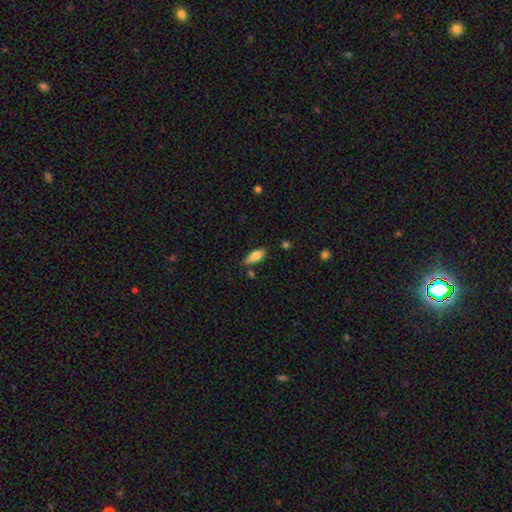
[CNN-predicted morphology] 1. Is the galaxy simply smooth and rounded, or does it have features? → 77% smooth, 17% featured or disk, 7% star or artifact.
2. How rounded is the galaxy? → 78% in between, 20% cigar-shaped, 3% round.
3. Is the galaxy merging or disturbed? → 73% none, 19% minor disturbance, 5% merger, 4% major disturbance.